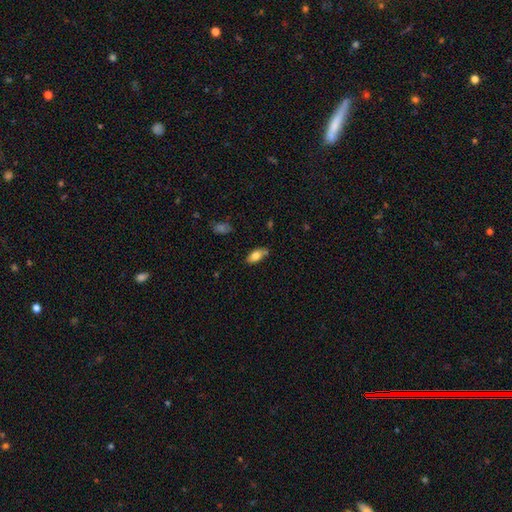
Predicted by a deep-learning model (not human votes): Overall: smooth (79%). How rounded: in between (90%). Merging: none (73%).